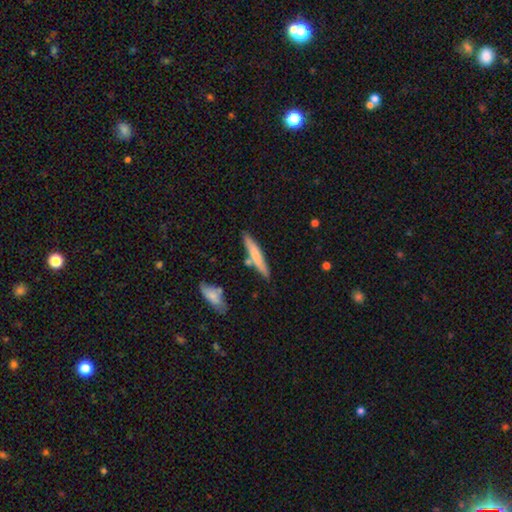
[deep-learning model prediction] The model was most divided on "smooth or featured": smooth: 65%, featured or disk: 29%, star or artifact: 5%. More confident: how rounded — cigar-shaped (91%); merging — none (78%).